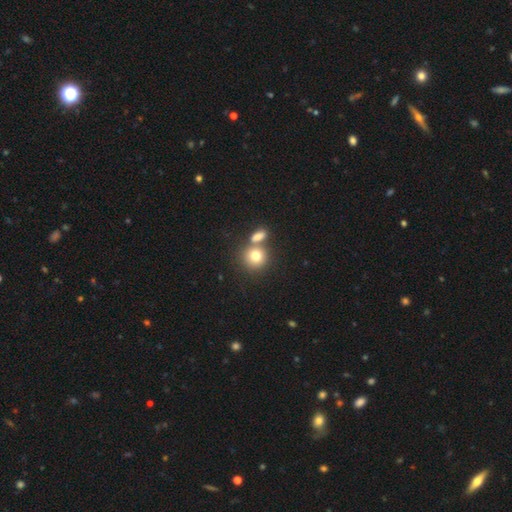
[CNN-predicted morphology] A smooth galaxy with no disk features (78%) that is round (84%). Merging: none (50%).